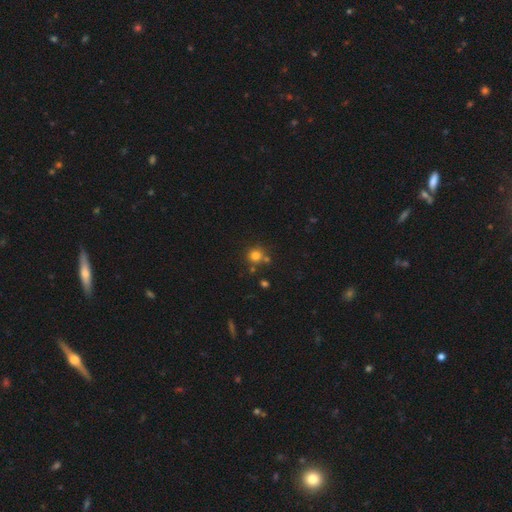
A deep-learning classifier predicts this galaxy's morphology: A smooth galaxy with no disk features (77%) that is round (92%). Merging: none (71%).